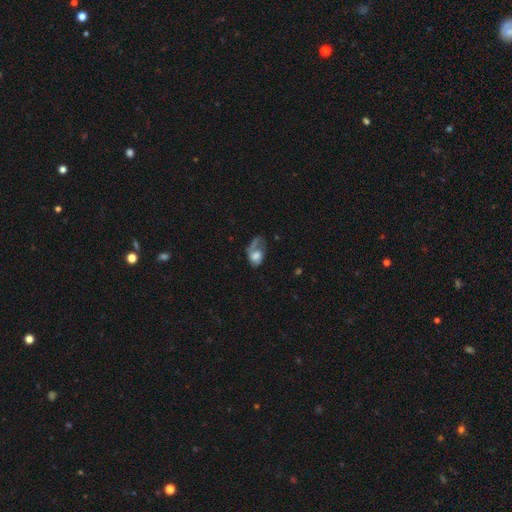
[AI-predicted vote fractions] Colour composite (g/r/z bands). It shows a smooth galaxy with no disk features (46%). Merging: major disturbance (50%).